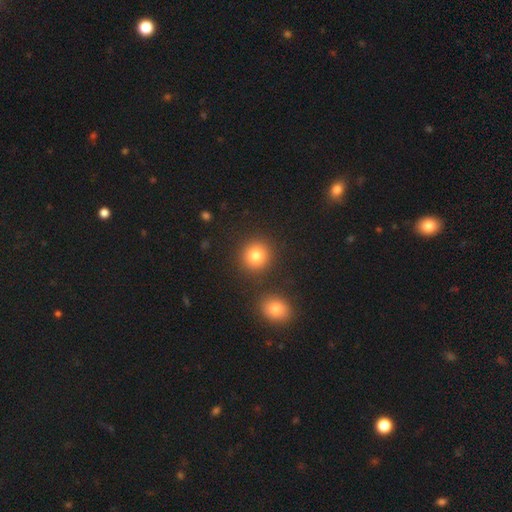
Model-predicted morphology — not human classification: Smooth or featured: smooth — 82% (star or artifact — 11%)
How rounded: round — 89% (in between — 10%)
Merging: none — 85% (minor disturbance — 6%)